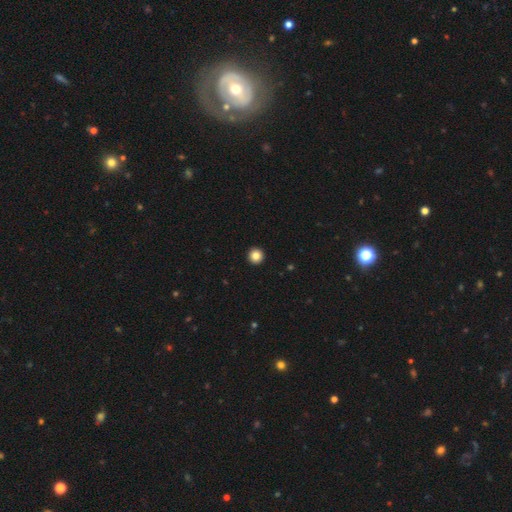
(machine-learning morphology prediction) Smooth or featured? Predicted: smooth (p=0.85). How rounded? Predicted: round (p=0.96). Merging? Predicted: none (p=0.95).